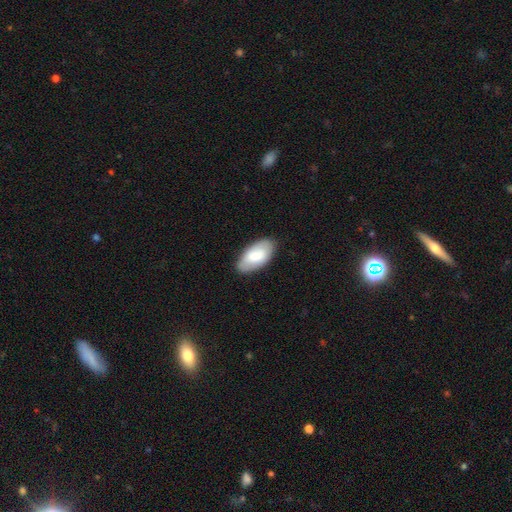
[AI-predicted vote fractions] This is likely a smooth galaxy (74%). How rounded: clearly in between (95%). Merging: clearly none (82%).